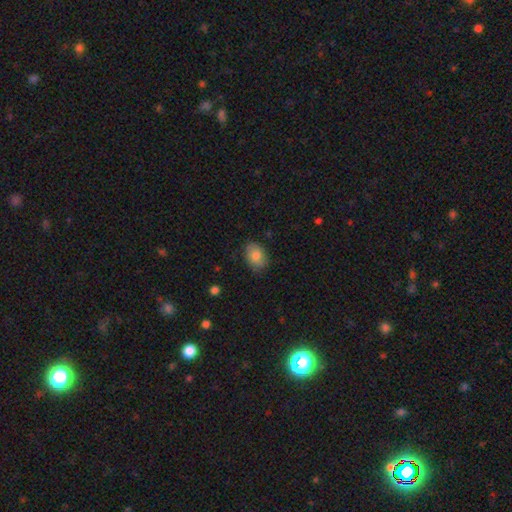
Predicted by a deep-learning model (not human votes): This appears to be a smooth galaxy with no disk features (83%) that is in between round and cigar-shaped (78%). Merging: none (82%).